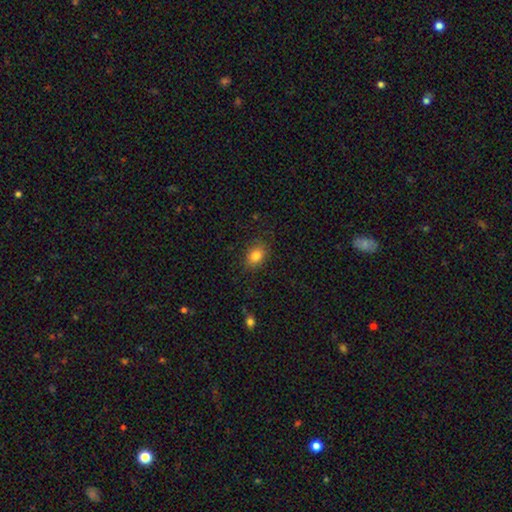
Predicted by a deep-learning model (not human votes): A smooth galaxy with no disk features (82%) that is in between round and cigar-shaped (70%). Merging: none (85%).